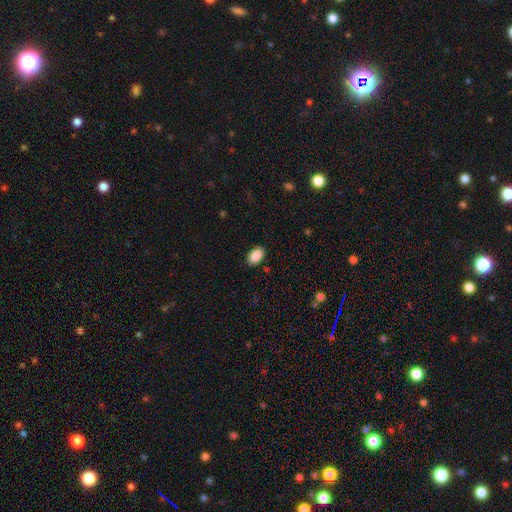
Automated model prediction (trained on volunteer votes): Overall: smooth (89%). How rounded: in between (91%). Merging: none (87%).